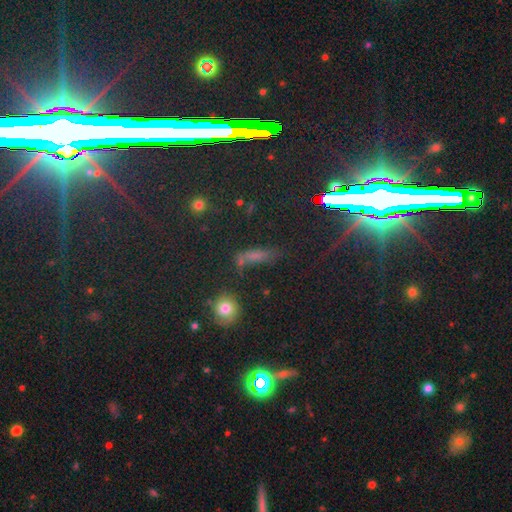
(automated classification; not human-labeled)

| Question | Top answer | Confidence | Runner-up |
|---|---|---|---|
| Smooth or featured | smooth | 59% | star or artifact (28%) |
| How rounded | cigar-shaped | 50% | in between (36%) |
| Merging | none | 59% | minor disturbance (19%) |